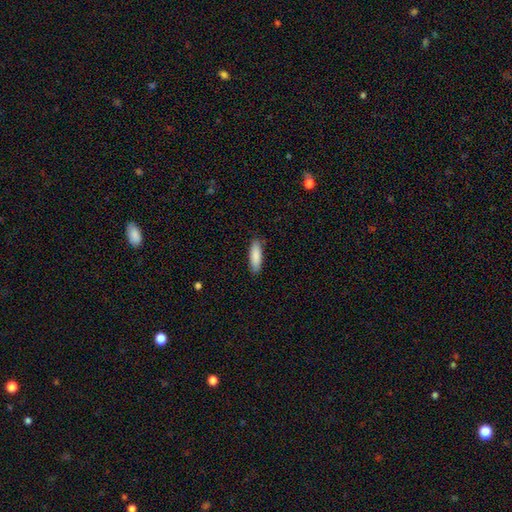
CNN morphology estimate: This appears to be a smooth galaxy with no disk features (88%) that is cigar-shaped (50%). Merging: none (87%).